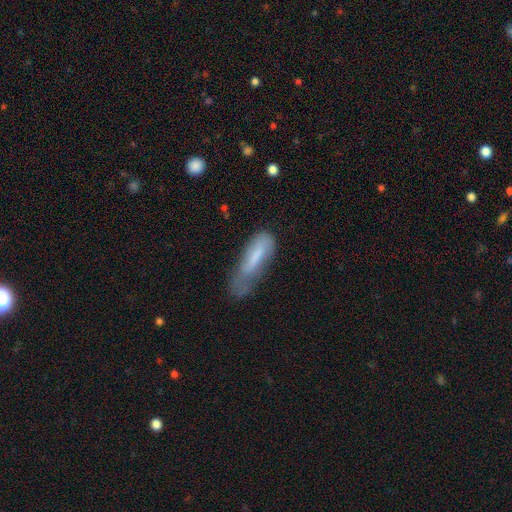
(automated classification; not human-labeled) The model was most divided on "merging": minor disturbance: 36%, major disturbance: 31%, none: 29%, merger: 4%. More confident: smooth or featured — smooth (66%); how rounded — cigar-shaped (59%).